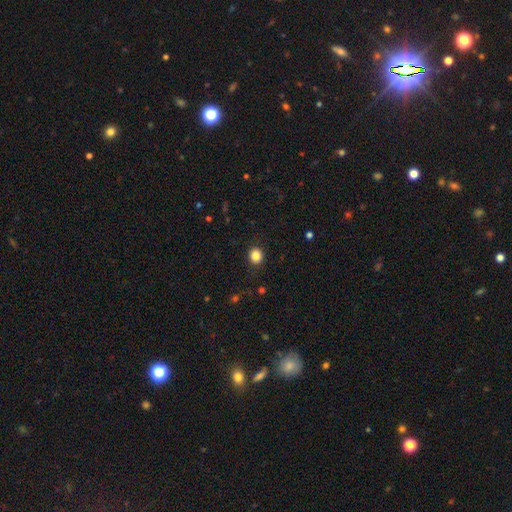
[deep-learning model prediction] Q: Smooth or featured?
A: smooth (85%); runner-up: star or artifact (11%)
Q: How rounded?
A: round (80%); runner-up: in between (19%)
Q: Merging?
A: none (89%); runner-up: minor disturbance (8%)